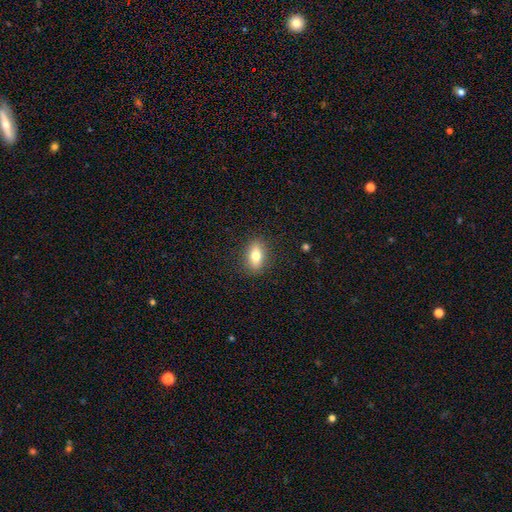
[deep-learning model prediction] Morphology: type=smooth (73%); roundness=in between (80%); merging=none (87%).